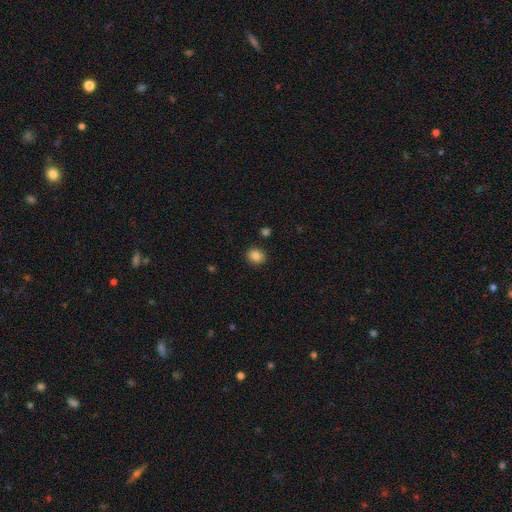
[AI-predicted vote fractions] This is clearly a smooth galaxy (85%). How rounded: likely round (78%). Merging: clearly none (89%).